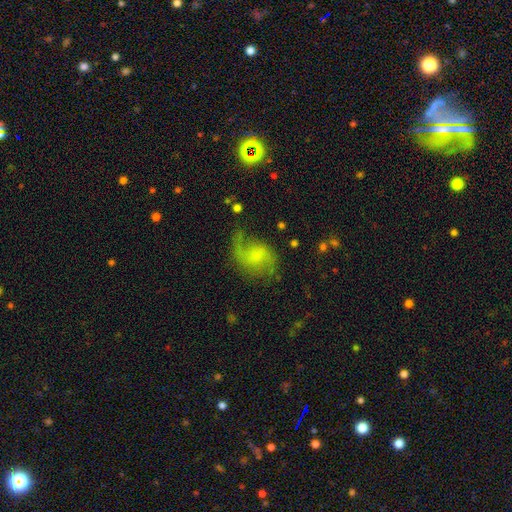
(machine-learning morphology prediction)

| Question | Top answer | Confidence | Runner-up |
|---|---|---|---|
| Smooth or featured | featured or disk | 72% | smooth (20%) |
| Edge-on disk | no | 98% | yes (2%) |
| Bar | no | 53% | weak (41%) |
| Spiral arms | yes | 92% | no (8%) |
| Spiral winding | loose | 58% | medium (34%) |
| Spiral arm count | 2 | 74% | 1 (18%) |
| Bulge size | small | 42% | none (26%) |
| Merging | none | 55% | minor disturbance (22%) |